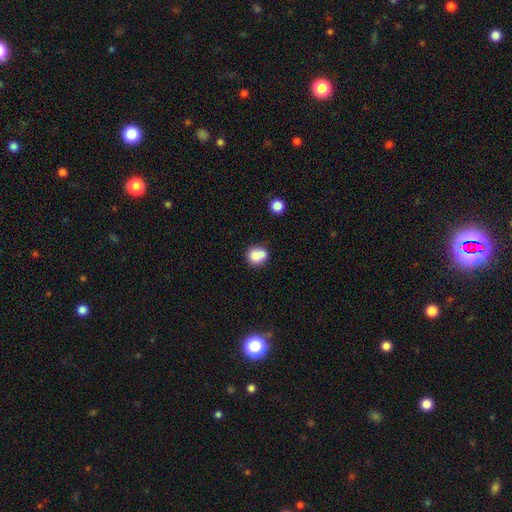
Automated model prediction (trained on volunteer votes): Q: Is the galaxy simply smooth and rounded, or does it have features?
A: smooth — 75%.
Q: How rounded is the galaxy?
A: round — 80%.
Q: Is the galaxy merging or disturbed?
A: merger — 46%.